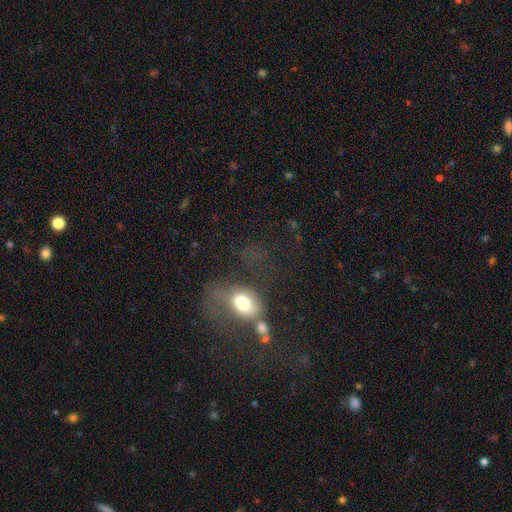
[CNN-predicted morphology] smooth-or-featured: smooth: 50% | featured or disk: 31% | star or artifact: 18%
  how-rounded: in between: 68% | round: 28% | cigar-shaped: 3%
  merging: major disturbance: 39% | none: 29% | minor disturbance: 17% | merger: 15%